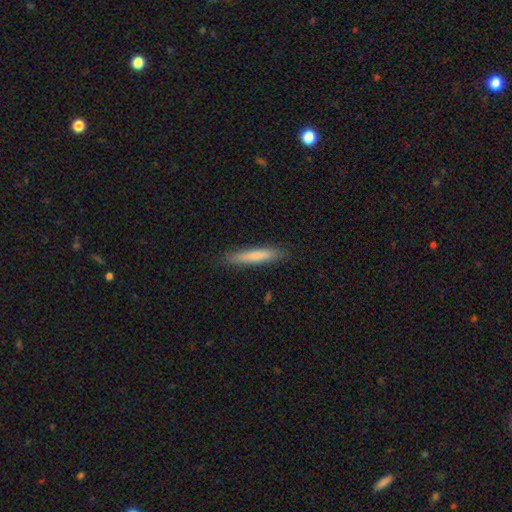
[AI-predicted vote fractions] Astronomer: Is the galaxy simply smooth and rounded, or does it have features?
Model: smooth — 77%.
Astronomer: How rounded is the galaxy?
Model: cigar-shaped — 92%.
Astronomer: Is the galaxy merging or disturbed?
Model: none — 88%.